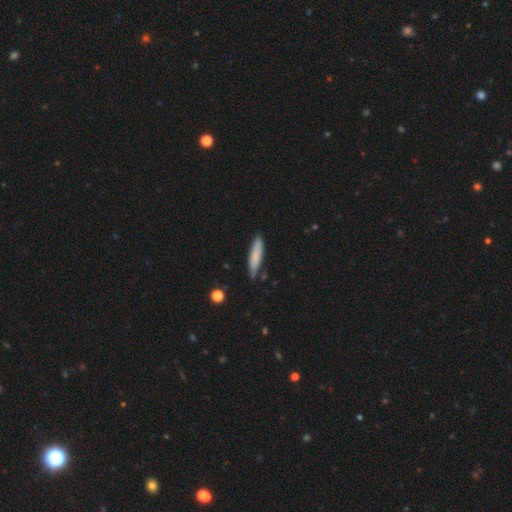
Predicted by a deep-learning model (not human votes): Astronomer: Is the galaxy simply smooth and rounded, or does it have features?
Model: smooth — 78%.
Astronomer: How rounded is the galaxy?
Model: cigar-shaped — 80%.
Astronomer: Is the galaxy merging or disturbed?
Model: none — 79%.